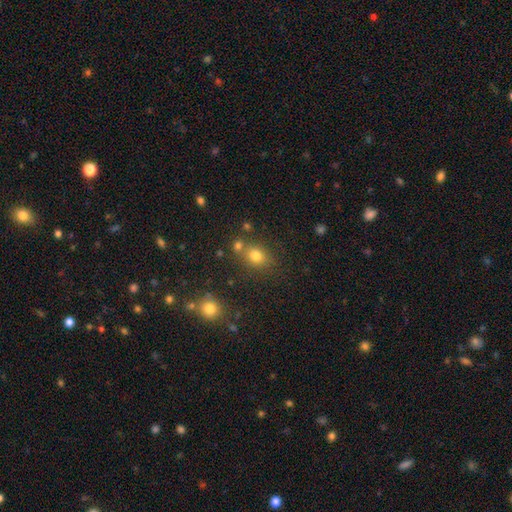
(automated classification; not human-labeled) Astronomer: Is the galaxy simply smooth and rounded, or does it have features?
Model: smooth — 75%.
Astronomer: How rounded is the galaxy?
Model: round — 57% (runner-up: in between, 41%).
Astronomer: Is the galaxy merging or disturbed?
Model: none — 64%.